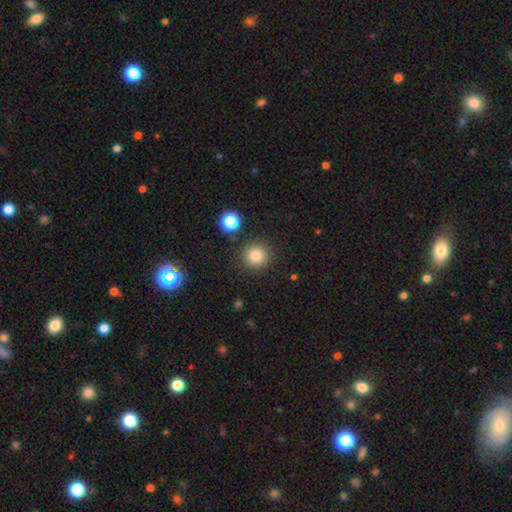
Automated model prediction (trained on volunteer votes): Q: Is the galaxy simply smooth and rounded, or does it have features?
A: smooth — 81%.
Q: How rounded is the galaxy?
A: round — 95%.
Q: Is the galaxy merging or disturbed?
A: none — 88%.